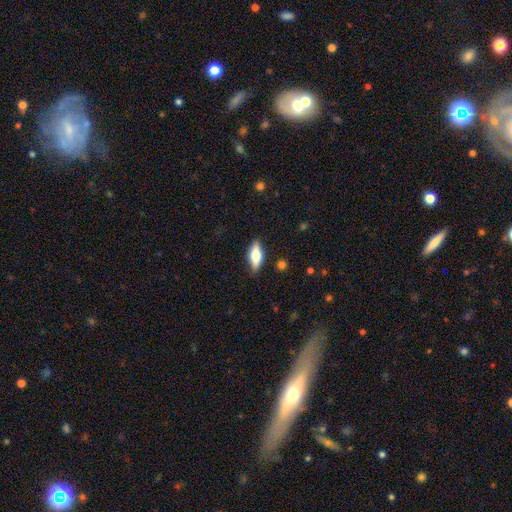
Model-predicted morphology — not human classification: Smooth or featured? Predicted: smooth (p=0.58). How rounded? Predicted: in between (p=0.69). Merging? Predicted: none (p=0.86).